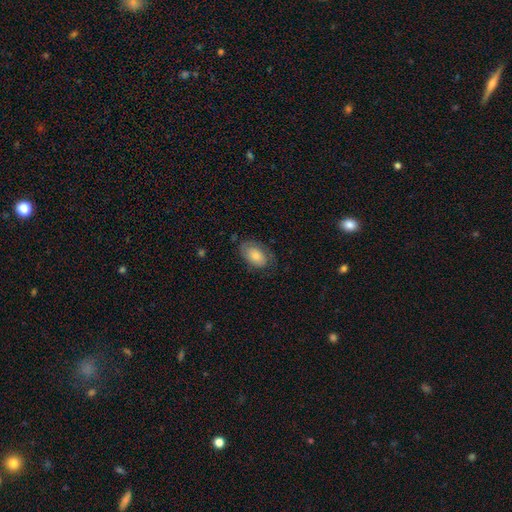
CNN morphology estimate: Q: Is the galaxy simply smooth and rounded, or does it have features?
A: smooth — 72%.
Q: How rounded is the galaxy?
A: in between — 91%.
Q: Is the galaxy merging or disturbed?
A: none — 65%.